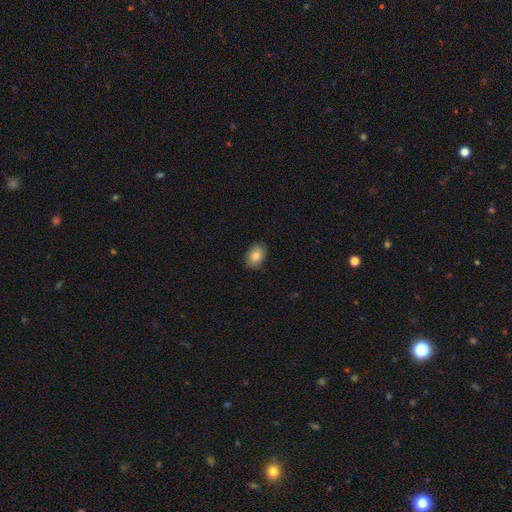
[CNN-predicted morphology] A smooth galaxy with no disk features (84%) that is in between round and cigar-shaped (85%). Merging: none (86%).